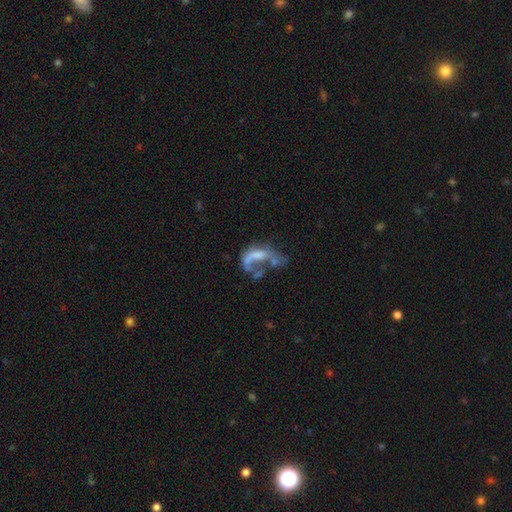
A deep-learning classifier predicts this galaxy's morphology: smooth_or_featured: featured or disk (p=0.52) [alt: smooth p=0.35]
disk_edge_on: no (p=0.96) [alt: yes p=0.04]
merging: major disturbance (p=0.47) [alt: merger p=0.26]